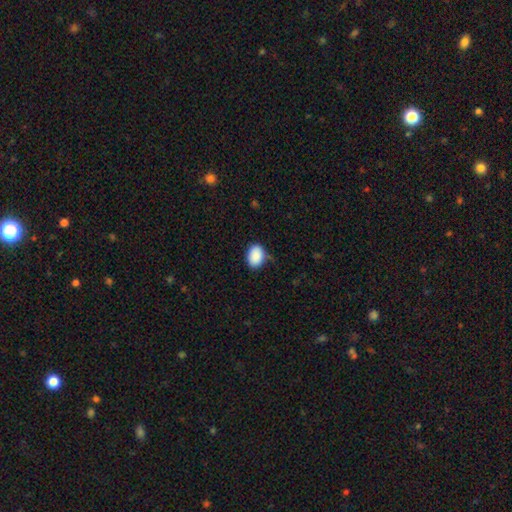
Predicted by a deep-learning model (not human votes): Smooth or featured? smooth (90%)
How rounded? in between (82%)
Merging? none (73%)